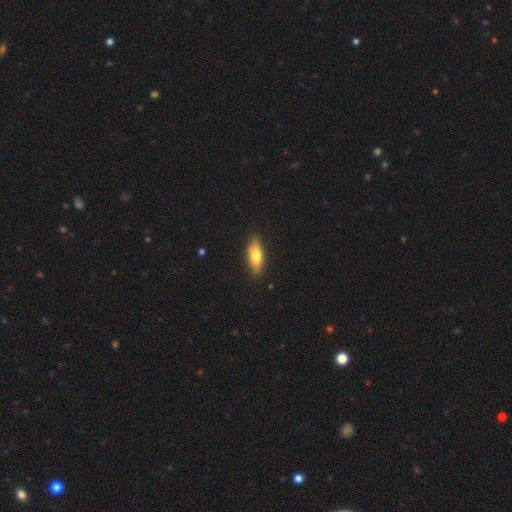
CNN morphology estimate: A smooth galaxy with no disk features (69%) that is in between round and cigar-shaped (63%). Merging: none (88%).